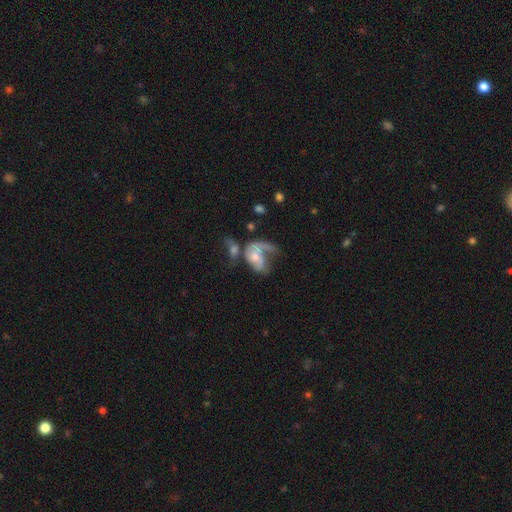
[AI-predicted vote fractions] Smooth or featured? Predicted: featured or disk (p=0.64). Edge-on disk? Predicted: no (p=0.97). Bar? Predicted: no (p=0.72). Spiral arms? Predicted: yes (p=0.73). Bulge size? Predicted: small (p=0.46). Merging? Predicted: merger (p=0.38).